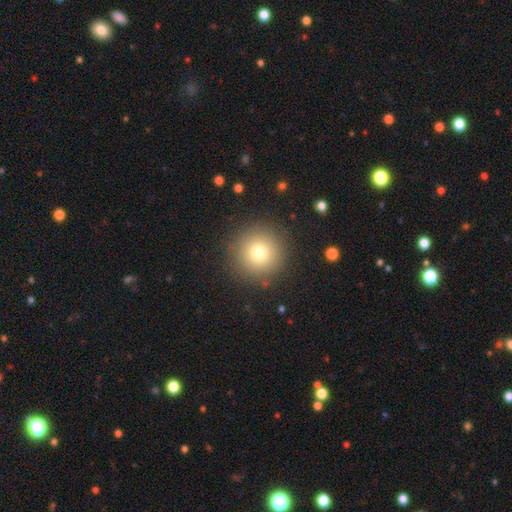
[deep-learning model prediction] The model was most divided on "smooth or featured": smooth: 75%, star or artifact: 15%, featured or disk: 10%. More confident: how rounded — round (96%); merging — none (91%).